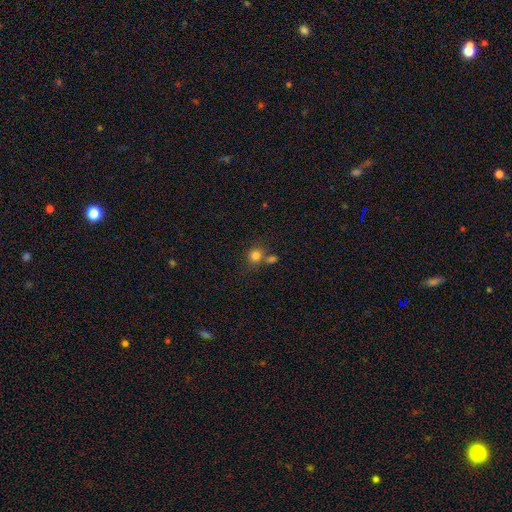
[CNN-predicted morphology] The model was most divided on "merging": none: 58%, merger: 27%, minor disturbance: 11%, major disturbance: 4%. More confident: how rounded — round (82%); smooth or featured — smooth (81%).